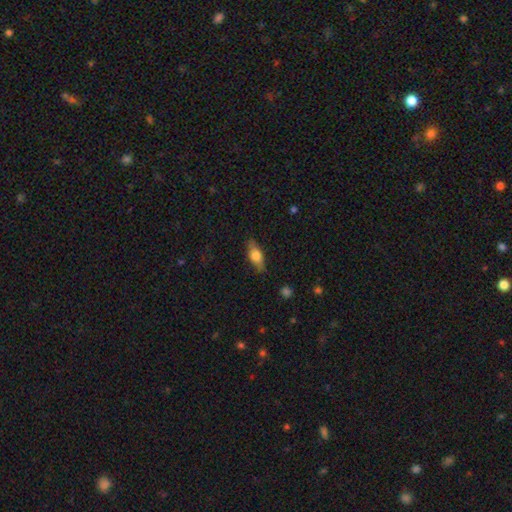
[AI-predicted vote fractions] Smooth or featured?
  - smooth: 63% *
  - featured or disk: 31%
  - star or artifact: 7%
How rounded?
  - in between: 74% *
  - cigar-shaped: 22%
  - round: 5%
Merging?
  - none: 82% *
  - minor disturbance: 13%
  - major disturbance: 3%
  - merger: 1%